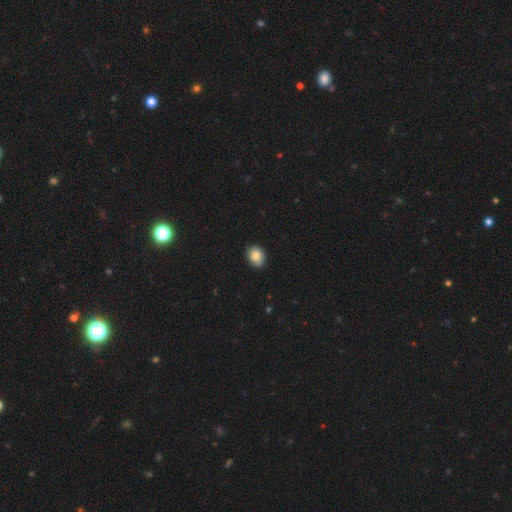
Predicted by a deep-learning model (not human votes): Overall: smooth (84%). How rounded: round (58%; in between 41%). Merging: none (89%).